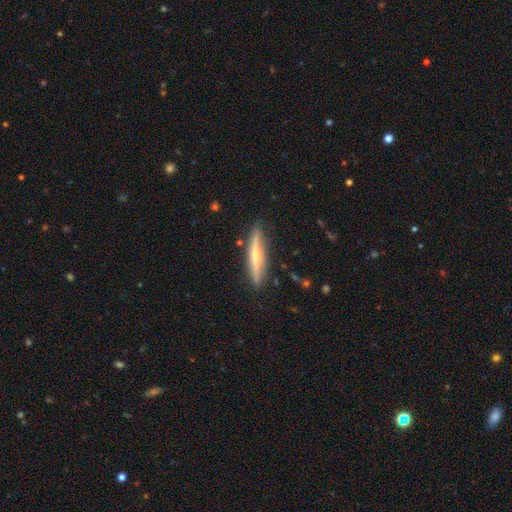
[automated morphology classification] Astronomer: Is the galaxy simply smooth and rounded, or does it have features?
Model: featured or disk — 49% (runner-up: smooth, 45%).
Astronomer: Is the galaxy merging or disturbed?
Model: none — 84%.